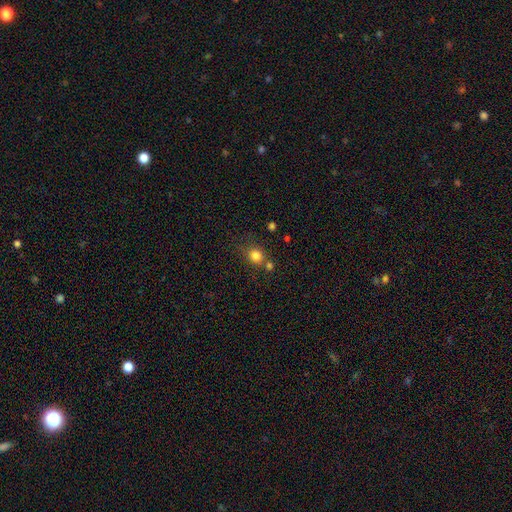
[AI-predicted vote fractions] Smooth or featured?
  - smooth: 81% *
  - star or artifact: 12%
  - featured or disk: 6%
How rounded?
  - round: 80% *
  - in between: 19%
  - cigar-shaped: 1%
Merging?
  - none: 65% *
  - merger: 17%
  - minor disturbance: 13%
  - major disturbance: 5%